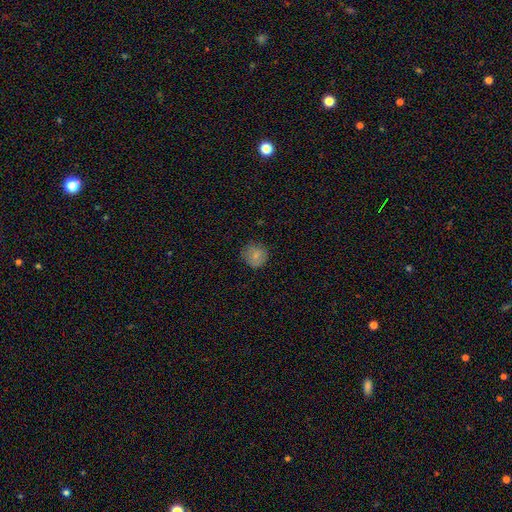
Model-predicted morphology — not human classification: type=smooth (80%); roundness=round (90%); merging=none (83%).